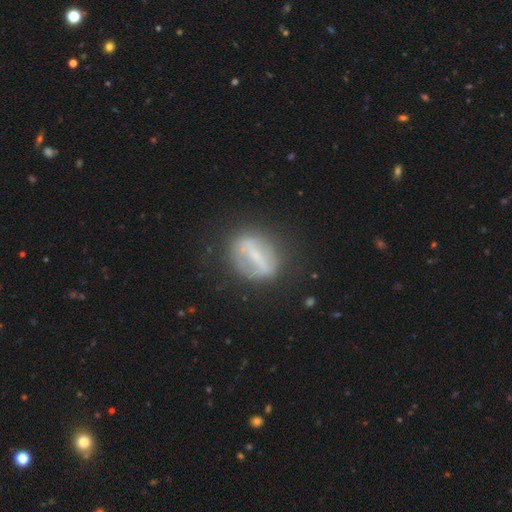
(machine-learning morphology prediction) This is likely a featured or disk galaxy (64%). It is clearly not viewed edge-on (83%). Bar: likely strong (73%). Spiral arm pattern: likely no (74%). Central bulge: likely small (66%). Merging: likely none (72%).